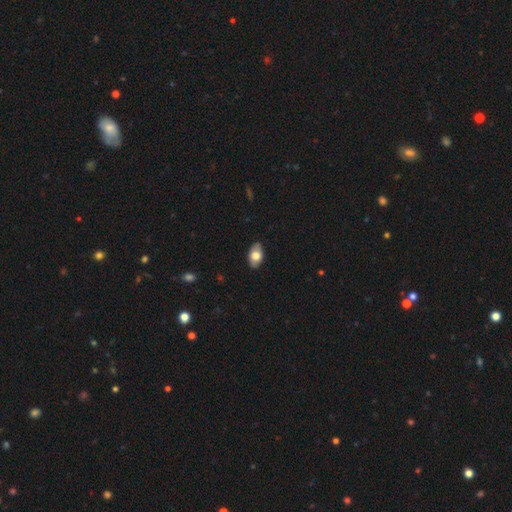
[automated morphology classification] A smooth galaxy with no disk features (69%) that is in between round and cigar-shaped (92%). Merging: none (85%).